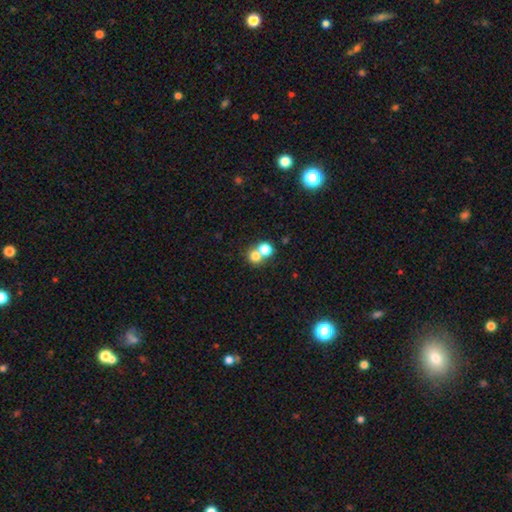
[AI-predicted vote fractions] The model was most divided on "merging": merger: 49%, none: 42%, minor disturbance: 5%, major disturbance: 3%. More confident: how rounded — round (83%); smooth or featured — smooth (74%).